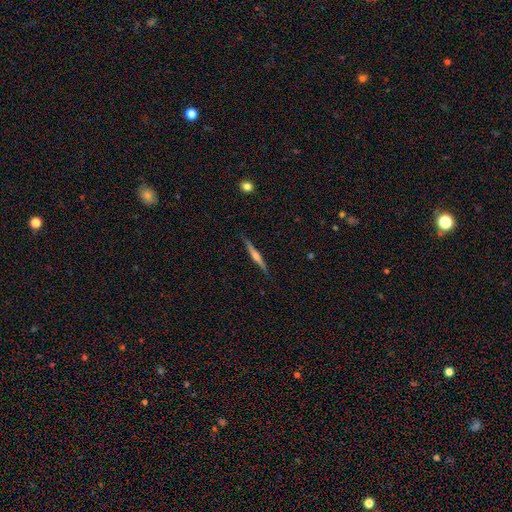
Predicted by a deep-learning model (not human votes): Overall: featured or disk (75%). Edge-on disk: yes (98%). Edge-on bulge: rounded (77%). Merging: none (90%).